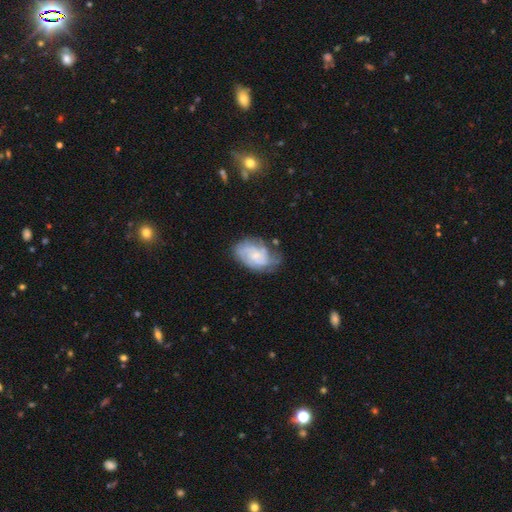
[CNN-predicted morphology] The model was most divided on "spiral arm count": can't tell: 33%, 3: 25%, 2: 22%, 4: 11%, 1: 5%, more than 4: 5%. More confident: edge-on disk — no (97%); spiral arms — yes (92%); smooth or featured — featured or disk (75%); bulge size — small (68%); bar — no (67%); merging — none (58%); spiral winding — tight (54%).